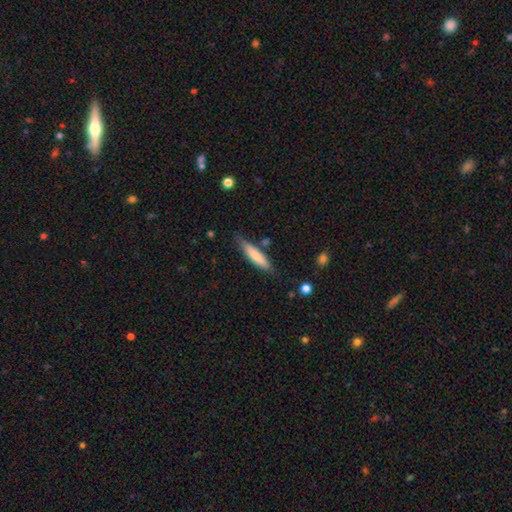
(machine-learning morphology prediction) type=smooth (76%); roundness=cigar-shaped (78%); merging=none (74%).